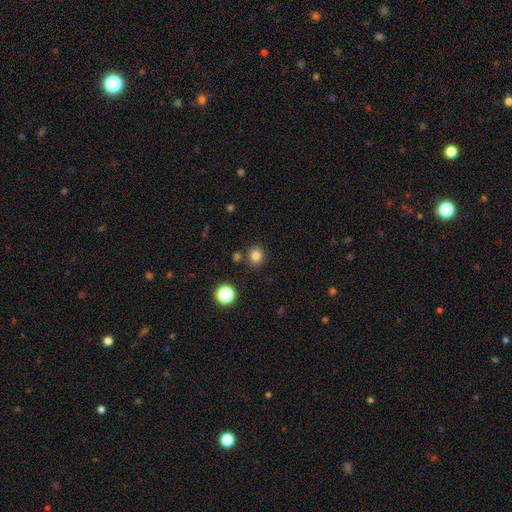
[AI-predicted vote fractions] A smooth galaxy with no disk features (81%) that is round (86%).

Vote fractions:
- Smooth or featured? smooth: 81% / star or artifact: 14% / featured or disk: 5%
- How rounded? round: 86% / in between: 13% / cigar-shaped: 1%
- Merging? none: 83% / minor disturbance: 8% / merger: 6% / major disturbance: 3%